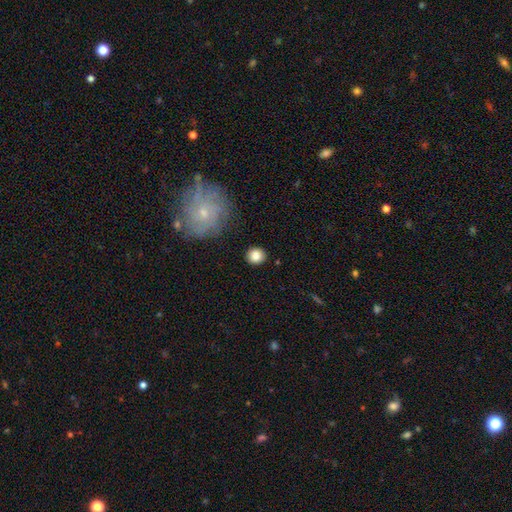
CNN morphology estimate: This appears to be a smooth galaxy with no disk features (84%) that is round (86%). Merging: none (89%).